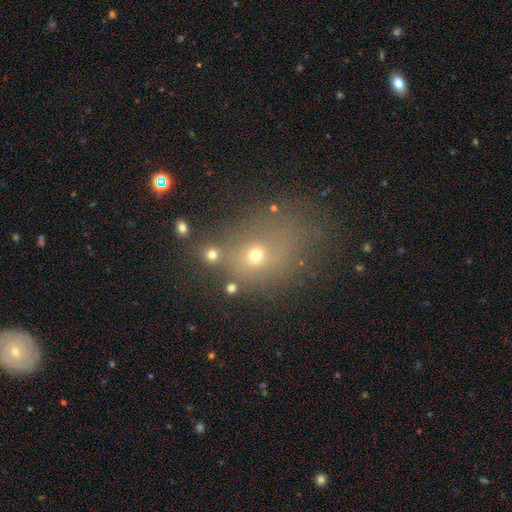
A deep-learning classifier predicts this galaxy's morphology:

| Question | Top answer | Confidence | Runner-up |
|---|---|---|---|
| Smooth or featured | smooth | 57% | star or artifact (27%) |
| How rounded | round | 54% | in between (44%) |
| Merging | none | 56% | merger (18%) |